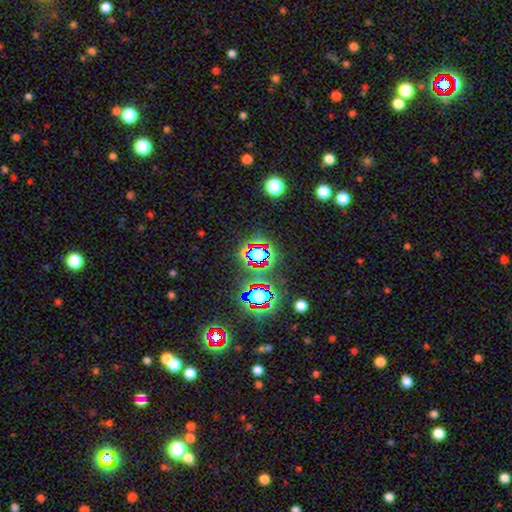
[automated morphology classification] Overall: star or artifact (70%).